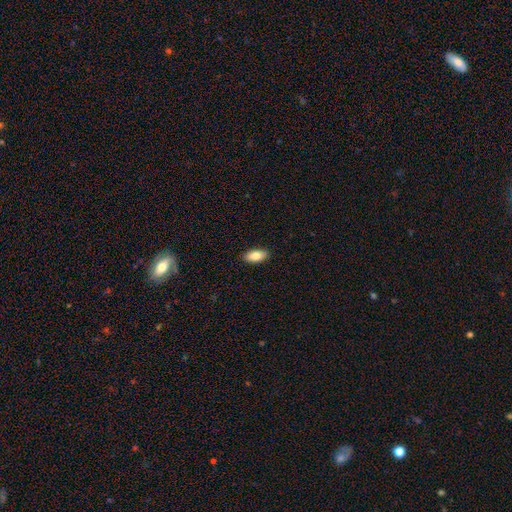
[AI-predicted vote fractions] A smooth galaxy with no disk features (84%) that is in between round and cigar-shaped (91%). Merging: none (90%).